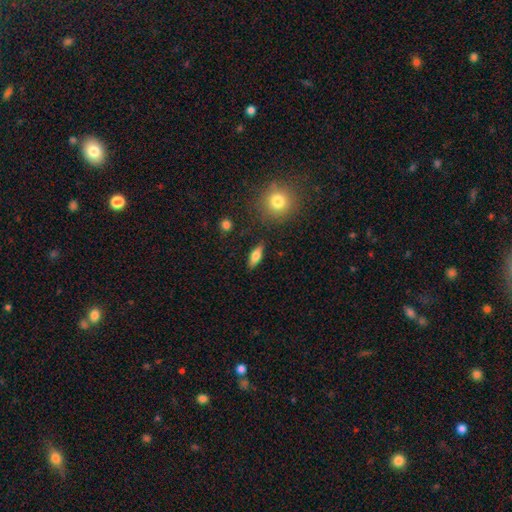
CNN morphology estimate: smooth 70%, featured or disk 23%, star or artifact 8%. Down the decision tree: how rounded — in between (67%); merging — none (86%).